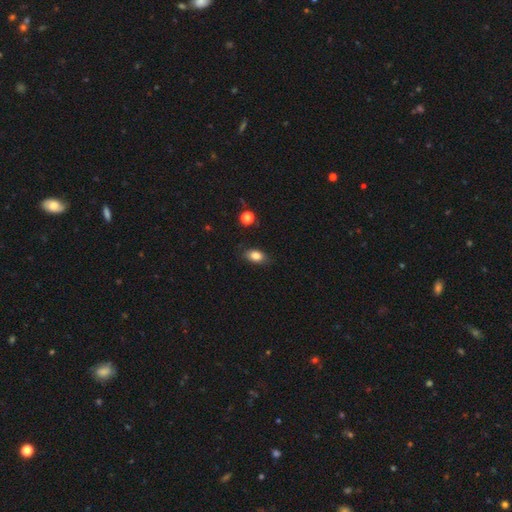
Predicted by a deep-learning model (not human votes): Smooth or featured?
  - smooth: 83% *
  - star or artifact: 9%
  - featured or disk: 8%
How rounded?
  - in between: 86% *
  - round: 10%
  - cigar-shaped: 4%
Merging?
  - none: 83% *
  - minor disturbance: 13%
  - major disturbance: 3%
  - merger: 1%